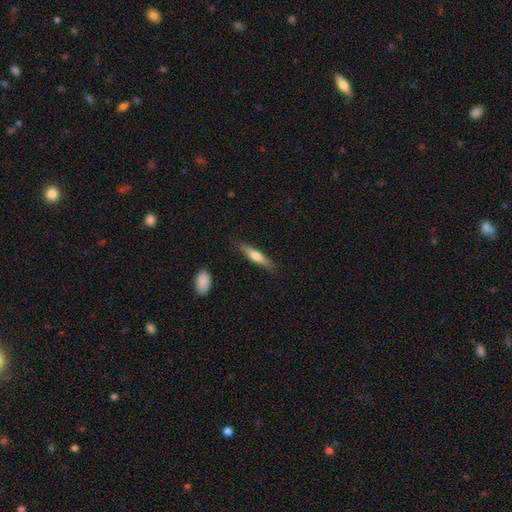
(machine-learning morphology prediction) Smooth or featured? Predicted: smooth (p=0.59). How rounded? Predicted: cigar-shaped (p=0.84). Merging? Predicted: none (p=0.85).